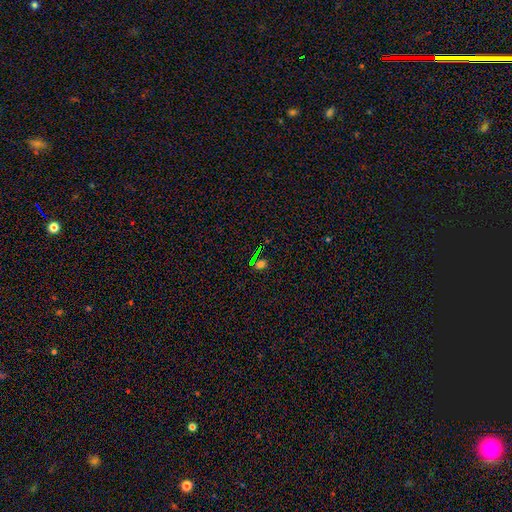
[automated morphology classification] smooth_or_featured: star or artifact (p=0.55) [alt: smooth p=0.35]